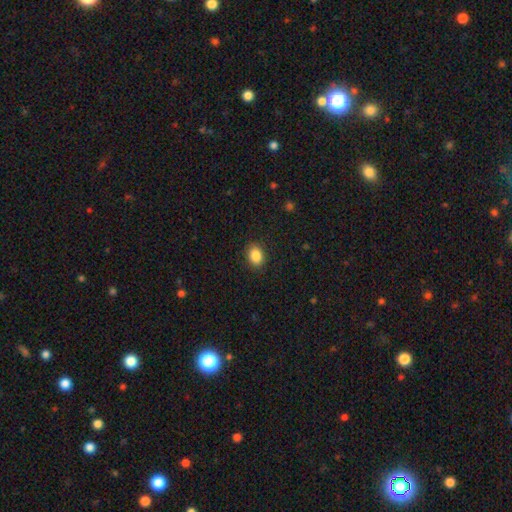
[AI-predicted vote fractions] A smooth galaxy with no disk features (87%) that is in between round and cigar-shaped (69%).

Vote fractions:
- Smooth or featured? smooth: 87% / star or artifact: 8% / featured or disk: 4%
- How rounded? in between: 69% / round: 30% / cigar-shaped: 1%
- Merging? none: 89% / minor disturbance: 8% / major disturbance: 2% / merger: 1%